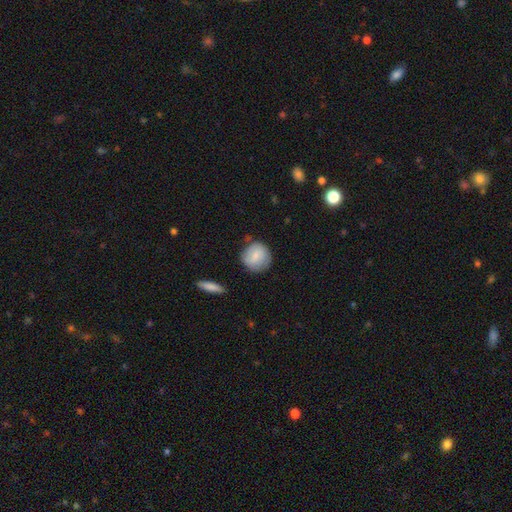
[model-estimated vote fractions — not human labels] smooth 74%, featured or disk 19%, star or artifact 6%. Down the decision tree: how rounded — round (89%); merging — none (74%).